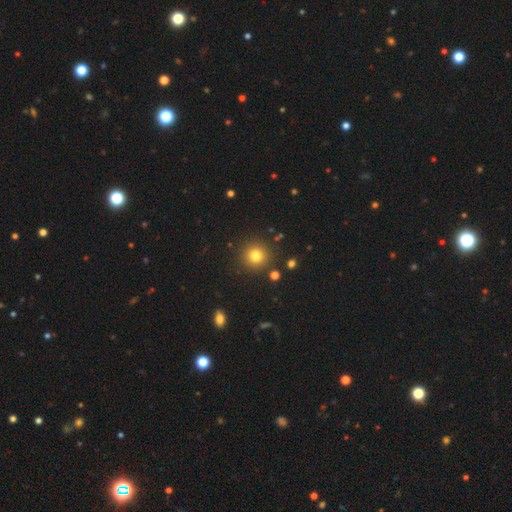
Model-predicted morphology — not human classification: A smooth galaxy with no disk features (79%) that is round (94%). Merging: none (89%).